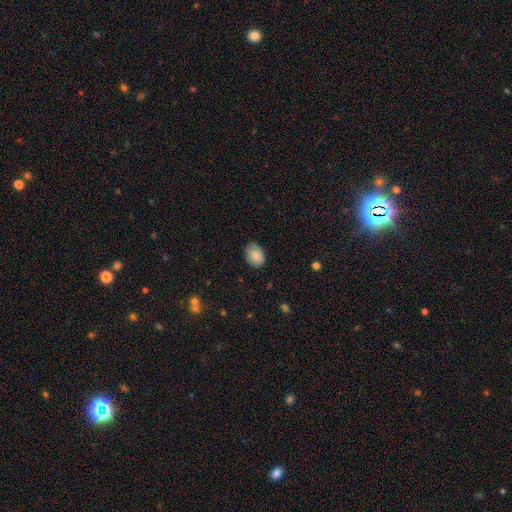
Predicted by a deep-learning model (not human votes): Smooth or featured? smooth (85%)
How rounded? in between (73%)
Merging? none (76%)